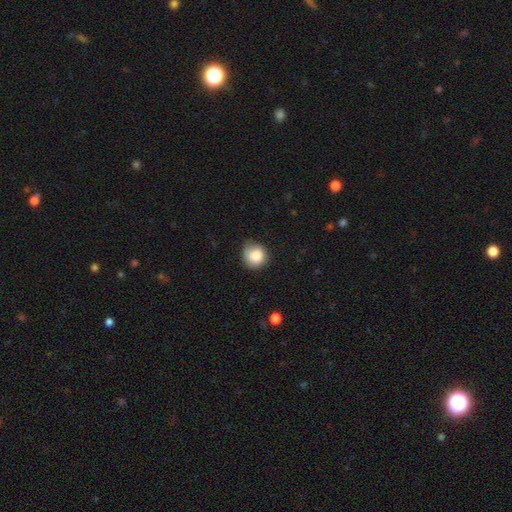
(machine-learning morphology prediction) type=smooth (84%); roundness=round (87%); merging=none (68%).